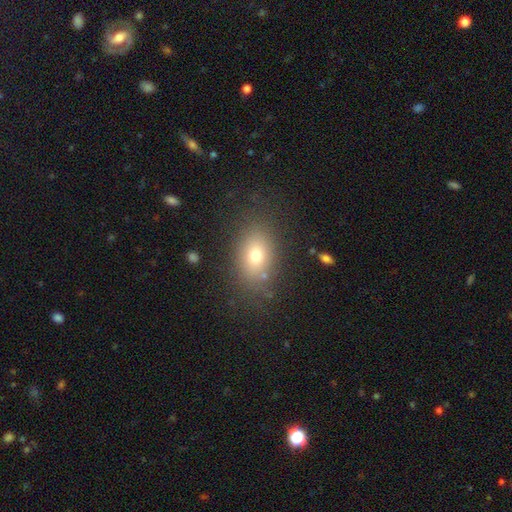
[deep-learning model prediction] Smooth or featured: smooth — 72% (featured or disk — 15%)
How rounded: in between — 78% (round — 20%)
Merging: none — 80% (minor disturbance — 12%)